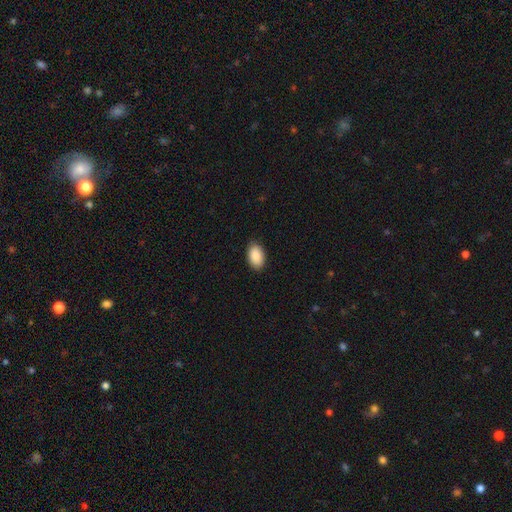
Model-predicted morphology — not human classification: smooth_or_featured: smooth (p=0.90) [alt: star or artifact p=0.06]
how_rounded: in between (p=0.93) [alt: round p=0.06]
merging: none (p=0.88) [alt: minor disturbance p=0.10]